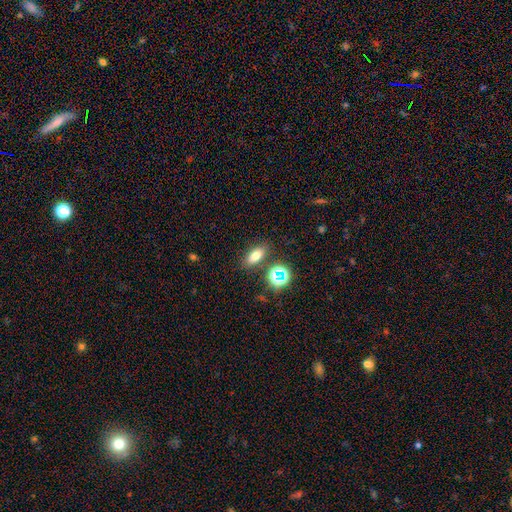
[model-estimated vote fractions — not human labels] Smooth or featured: smooth — 69% (star or artifact — 18%)
How rounded: in between — 71% (cigar-shaped — 15%)
Merging: none — 80% (minor disturbance — 10%)